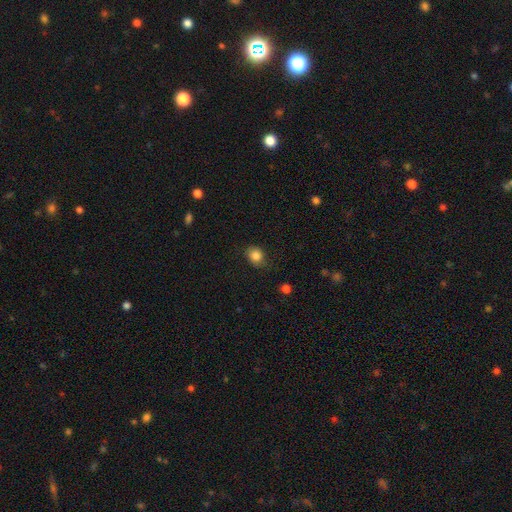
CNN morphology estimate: Smooth or featured? Predicted: smooth (p=0.84). How rounded? Predicted: round (p=0.67). Merging? Predicted: none (p=0.78).